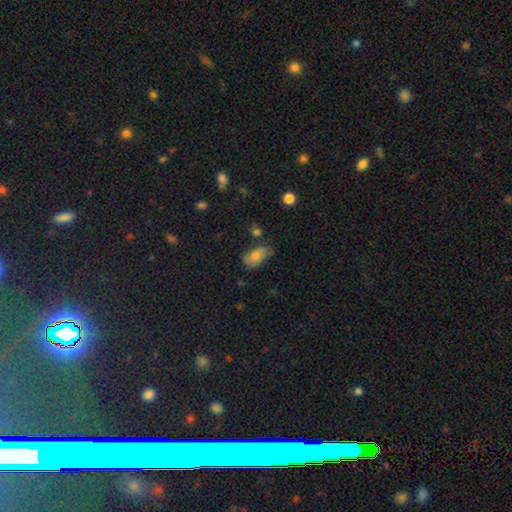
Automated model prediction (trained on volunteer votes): Smooth or featured? Predicted: smooth (p=0.59). How rounded? Predicted: in between (p=0.89). Merging? Predicted: none (p=0.59).